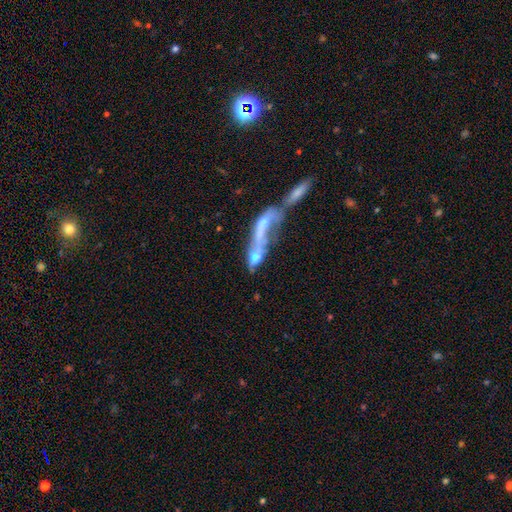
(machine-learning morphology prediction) Smooth or featured? featured or disk (47%)
Merging? merger (69%)